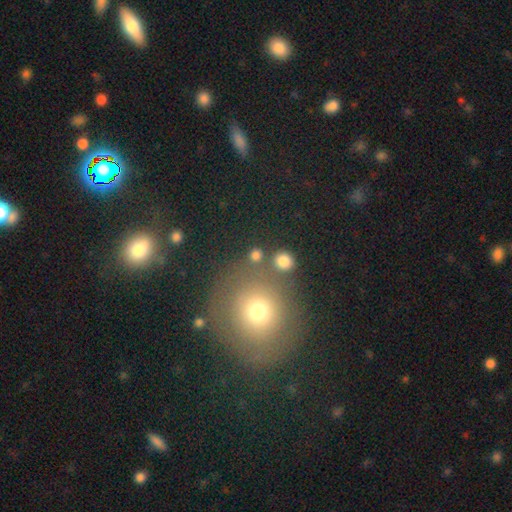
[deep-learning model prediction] Smooth or featured: smooth — 79% (star or artifact — 15%)
How rounded: round — 87% (in between — 11%)
Merging: none — 79% (merger — 10%)